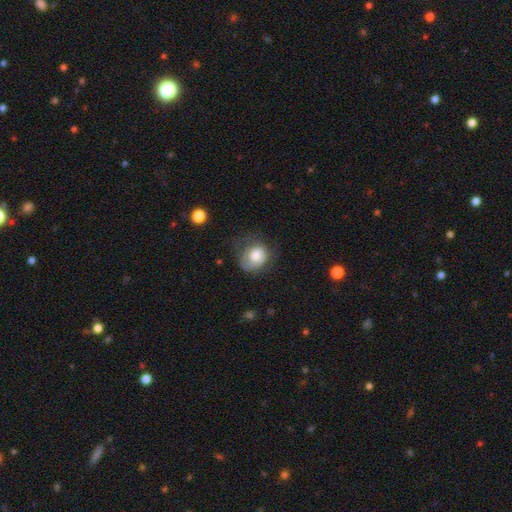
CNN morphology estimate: Q: Smooth or featured?
A: smooth (69%); runner-up: featured or disk (23%)
Q: How rounded?
A: round (62%); runner-up: in between (38%)
Q: Merging?
A: none (43%); runner-up: minor disturbance (30%)